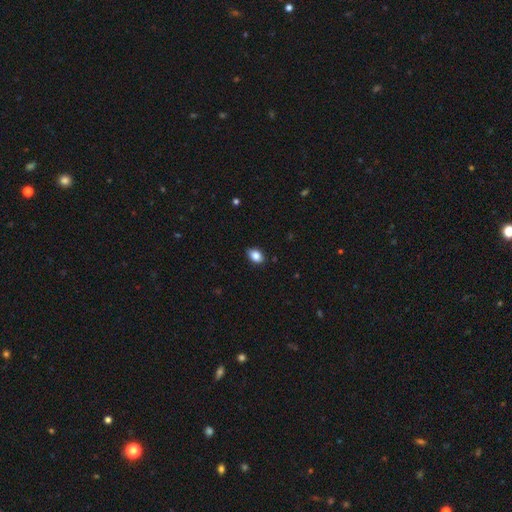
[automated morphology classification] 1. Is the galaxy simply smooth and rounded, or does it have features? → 86% smooth, 8% star or artifact, 6% featured or disk.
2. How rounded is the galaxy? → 80% in between, 19% round, 1% cigar-shaped.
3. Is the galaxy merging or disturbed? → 85% none, 12% minor disturbance, 2% major disturbance, 1% merger.